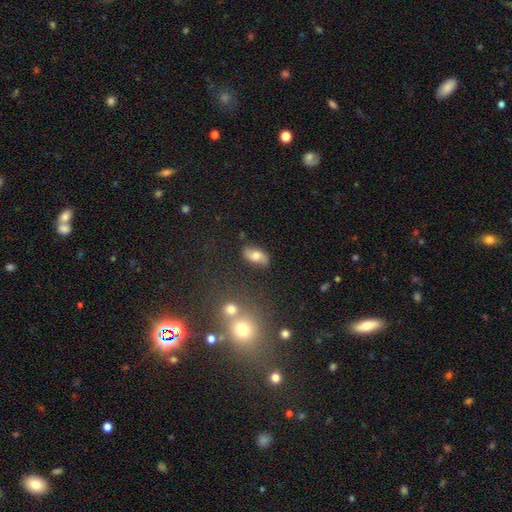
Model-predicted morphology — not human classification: Smooth or featured? Predicted: smooth (p=0.58). How rounded? Predicted: in between (p=0.89). Merging? Predicted: none (p=0.78).